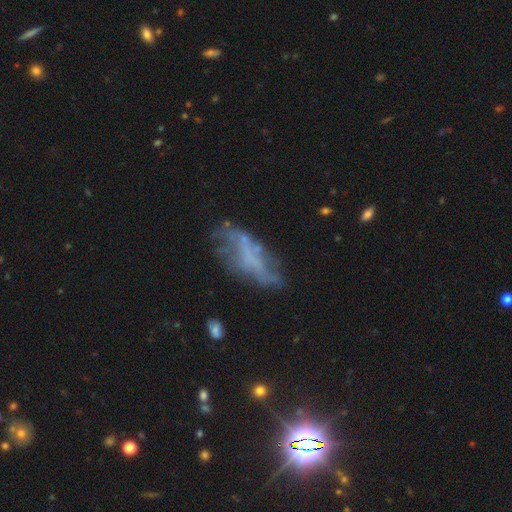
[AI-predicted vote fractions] Overall: featured or disk (55%; smooth 28%). Edge-on disk: no (85%). Merging: none (53%; minor disturbance 24%).